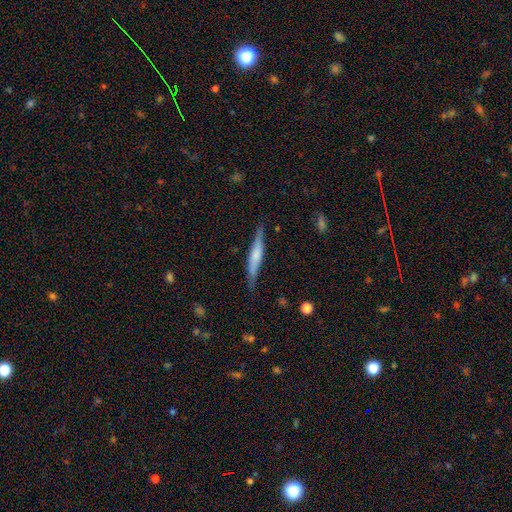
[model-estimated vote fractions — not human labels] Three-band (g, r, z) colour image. It shows a featured or disk galaxy (52%) viewed edge-on (94%). Merging: none (80%).